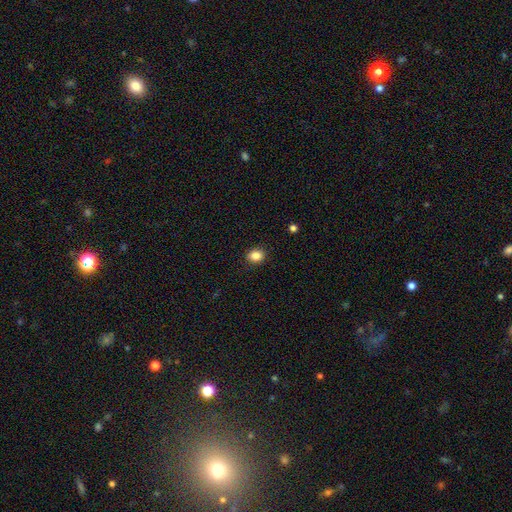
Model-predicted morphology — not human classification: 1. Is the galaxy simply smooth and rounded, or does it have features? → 86% smooth, 10% star or artifact, 4% featured or disk.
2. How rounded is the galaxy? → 51% in between, 48% round, 1% cigar-shaped.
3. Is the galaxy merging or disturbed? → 89% none, 7% minor disturbance, 2% major disturbance, 1% merger.